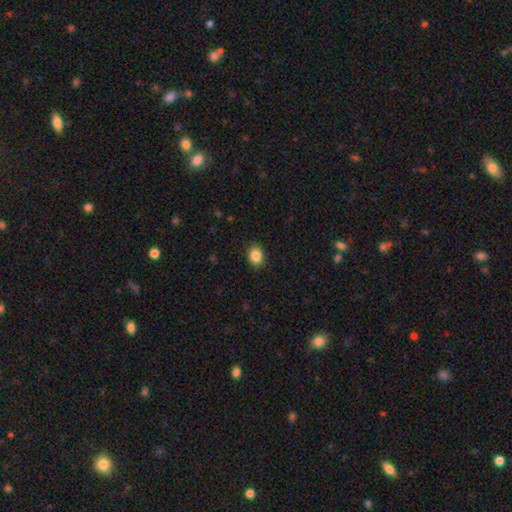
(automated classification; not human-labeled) A smooth galaxy with no disk features (86%) that is in between round and cigar-shaped (54%).

Vote fractions:
- Smooth or featured? smooth: 86% / star or artifact: 9% / featured or disk: 5%
- How rounded? in between: 54% / round: 46% / cigar-shaped: 1%
- Merging? none: 89% / minor disturbance: 8% / major disturbance: 2% / merger: 1%